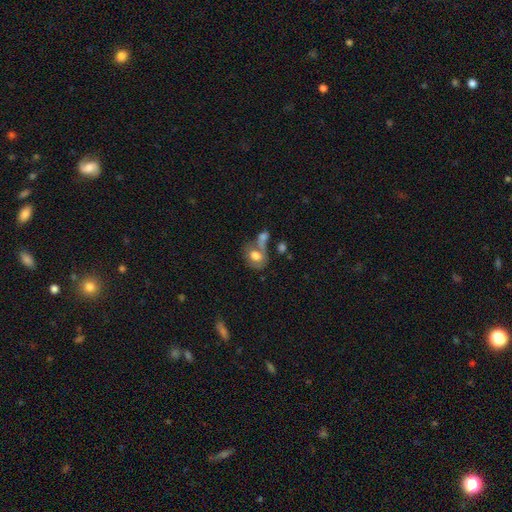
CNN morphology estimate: A smooth galaxy with no disk features (68%) that is in between round and cigar-shaped (70%).

Vote fractions:
- Smooth or featured? smooth: 68% / featured or disk: 22% / star or artifact: 9%
- How rounded? in between: 70% / round: 28% / cigar-shaped: 2%
- Merging? merger: 42% / none: 32% / minor disturbance: 14% / major disturbance: 12%